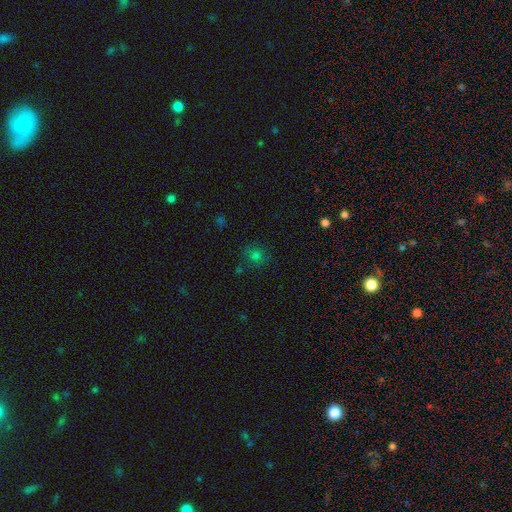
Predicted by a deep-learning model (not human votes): This appears to be a smooth galaxy with no disk features (73%) that is round (86%). Merging: none (77%).